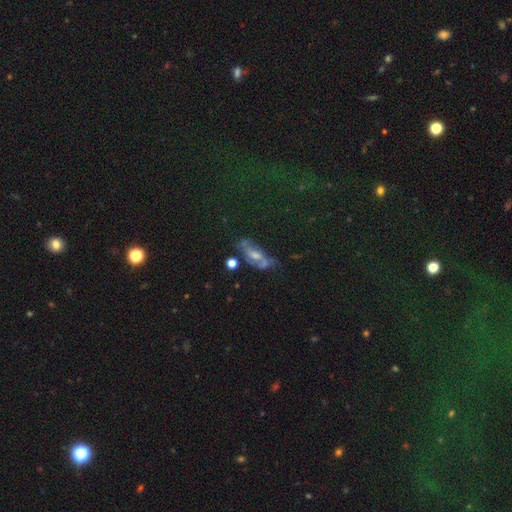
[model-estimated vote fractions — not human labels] A featured or disk galaxy (50%). Merging: none (45%).